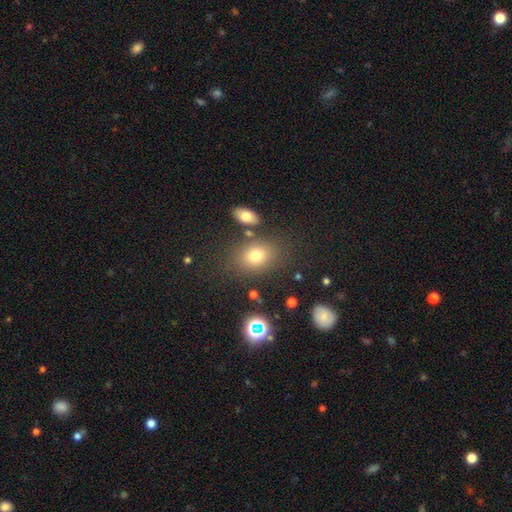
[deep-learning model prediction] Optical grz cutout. It shows a smooth galaxy with no disk features (73%) that is in between round and cigar-shaped (68%). Merging: none (75%).